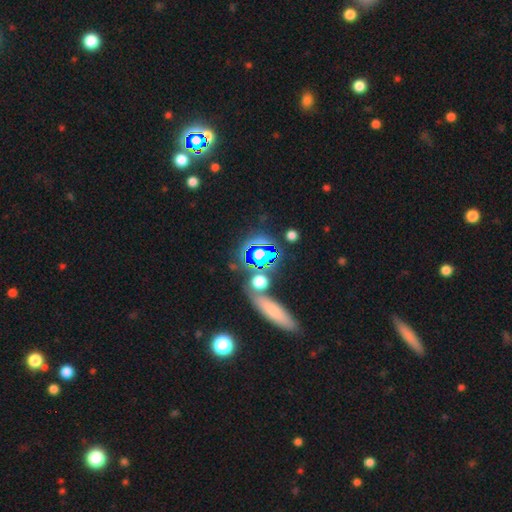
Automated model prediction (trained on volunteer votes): The model was most divided on "smooth or featured": star or artifact: 62%, smooth: 26%, featured or disk: 12%.